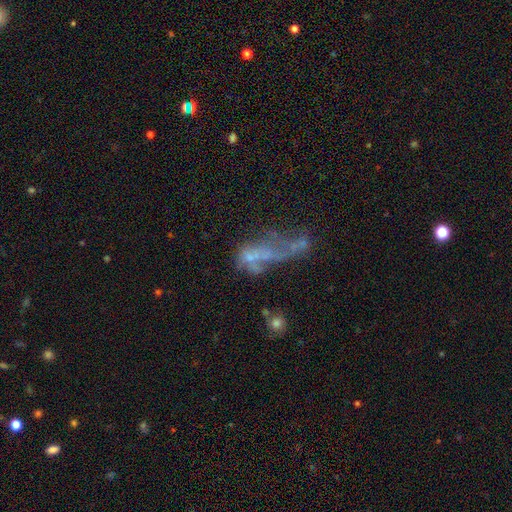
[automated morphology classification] The model was most divided on "merging": major disturbance: 38%, merger: 30%, none: 20%, minor disturbance: 12%. Remaining: smooth or featured — featured or disk (50%).